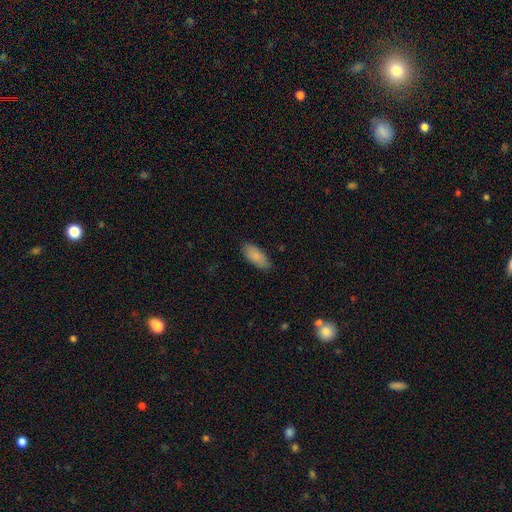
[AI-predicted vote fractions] A smooth galaxy with no disk features (86%) that is in between round and cigar-shaped (87%).

Vote fractions:
- Smooth or featured? smooth: 86% / featured or disk: 8% / star or artifact: 6%
- How rounded? in between: 87% / cigar-shaped: 11% / round: 2%
- Merging? none: 85% / minor disturbance: 12% / major disturbance: 2% / merger: 1%